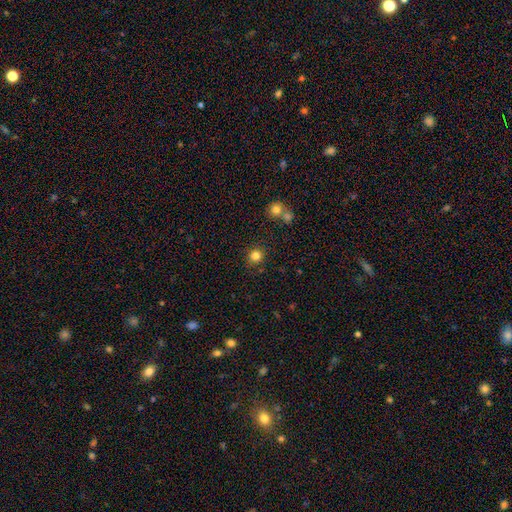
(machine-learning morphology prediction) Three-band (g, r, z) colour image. It shows a smooth galaxy with no disk features (82%) that is round (91%). Merging: none (87%).